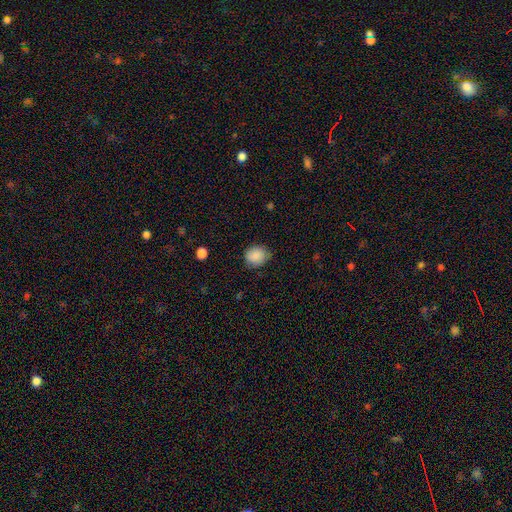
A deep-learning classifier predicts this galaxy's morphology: smooth-or-featured: smooth: 88% | star or artifact: 8% | featured or disk: 4%
  how-rounded: round: 70% | in between: 29% | cigar-shaped: 1%
  merging: none: 77% | minor disturbance: 18% | major disturbance: 4% | merger: 1%